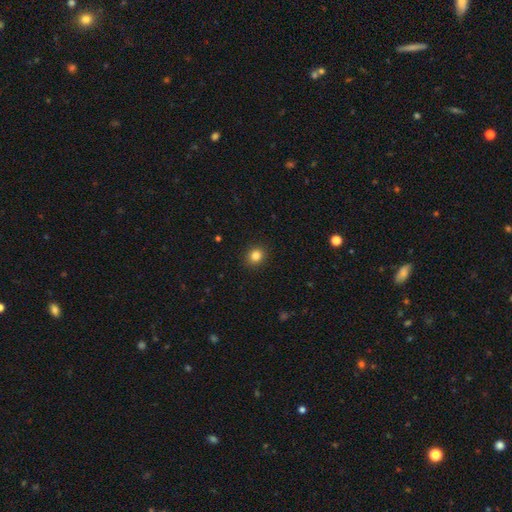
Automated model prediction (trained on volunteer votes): This is clearly a smooth galaxy (84%). How rounded: likely round (79%). Merging: clearly none (91%).